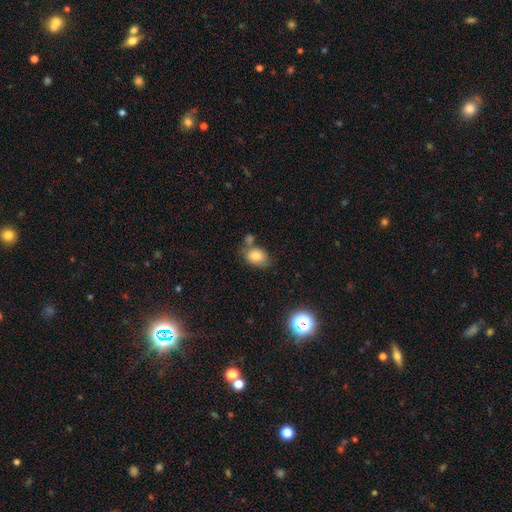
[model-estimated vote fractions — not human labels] Overall: smooth (80%). How rounded: in between (75%). Merging: none (52%; merger 21%).